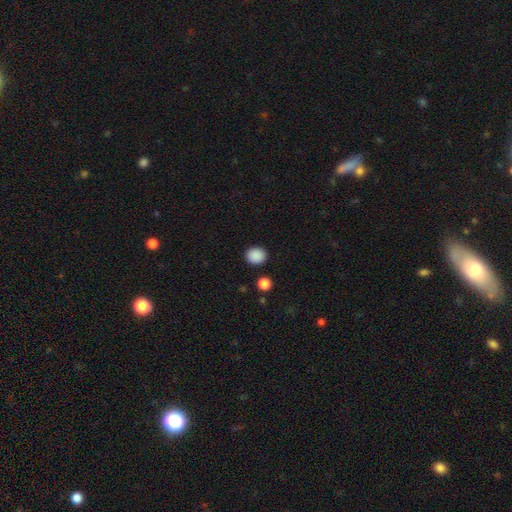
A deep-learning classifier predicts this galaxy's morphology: Q: Smooth or featured?
A: smooth (89%); runner-up: star or artifact (9%)
Q: How rounded?
A: round (68%); runner-up: in between (31%)
Q: Merging?
A: none (89%); runner-up: minor disturbance (6%)